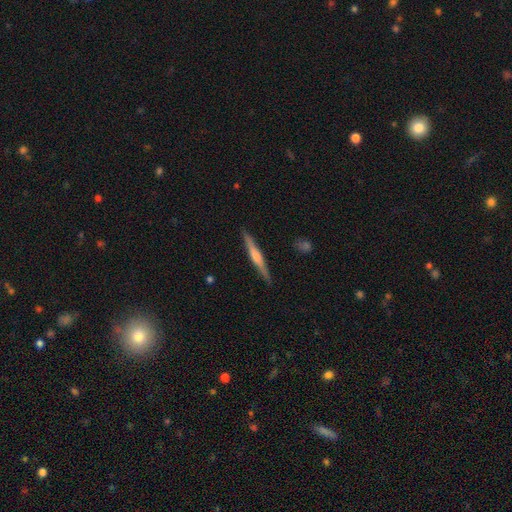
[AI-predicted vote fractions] A featured or disk galaxy (63%) viewed edge-on (98%) with a rounded central bulge (64%). Merging: none (90%).